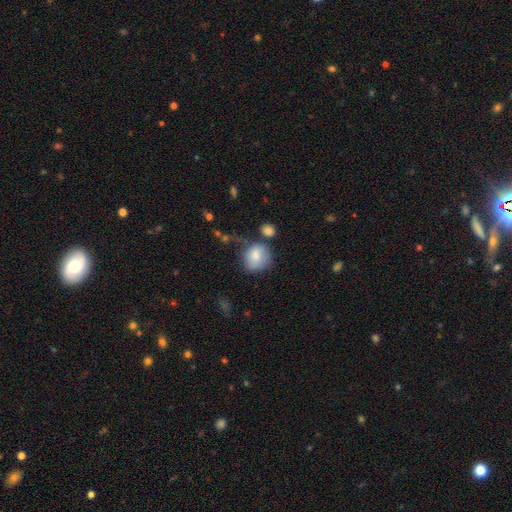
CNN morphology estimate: type=smooth (80%); roundness=round (77%); merging=none (56%).